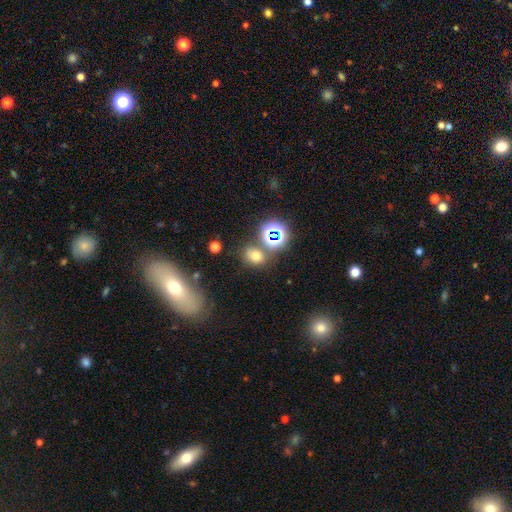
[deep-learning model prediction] Smooth or featured: smooth — 65% (star or artifact — 26%)
How rounded: in between — 53% (round — 46%)
Merging: none — 69% (merger — 14%)